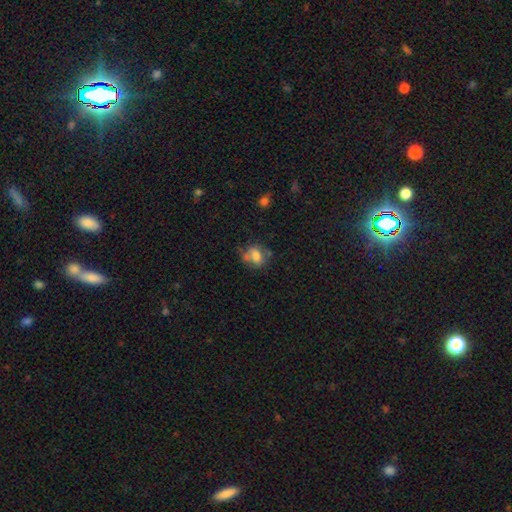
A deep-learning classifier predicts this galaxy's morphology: This is likely a smooth galaxy (67%). How rounded: likely in between (62%). Merging: possibly none (50%).